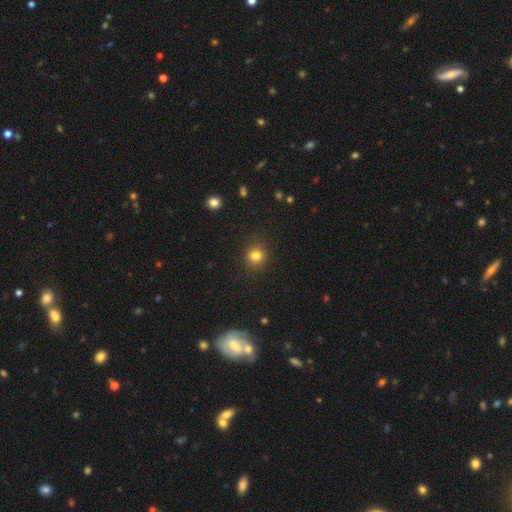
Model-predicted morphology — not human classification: Smooth or featured? Predicted: smooth (p=0.81). How rounded? Predicted: round (p=0.87). Merging? Predicted: none (p=0.89).